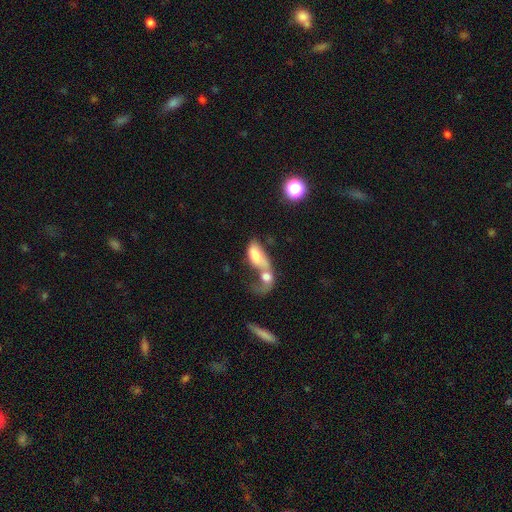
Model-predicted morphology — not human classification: type=smooth (63%); roundness=in between (86%); merging=merger (74%).